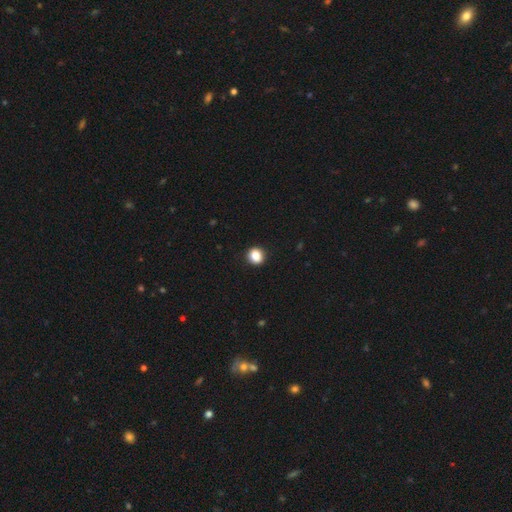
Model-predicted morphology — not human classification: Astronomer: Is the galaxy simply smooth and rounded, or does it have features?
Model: smooth — 86%.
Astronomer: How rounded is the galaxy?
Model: round — 83%.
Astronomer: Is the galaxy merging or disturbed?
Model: none — 92%.